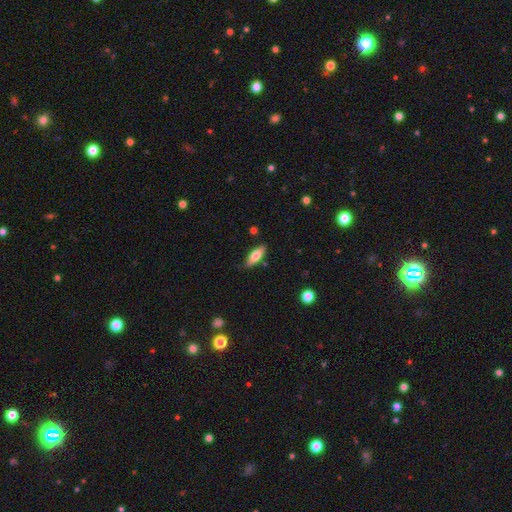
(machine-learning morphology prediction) Smooth or featured?
  - smooth: 61% *
  - featured or disk: 33%
  - star or artifact: 6%
How rounded?
  - in between: 55% *
  - cigar-shaped: 43%
  - round: 2%
Merging?
  - none: 82% *
  - minor disturbance: 13%
  - major disturbance: 3%
  - merger: 2%